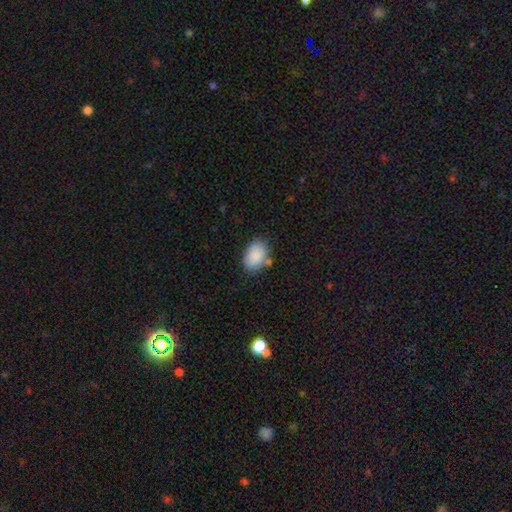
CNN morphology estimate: Smooth or featured?
  - smooth: 88% *
  - star or artifact: 7%
  - featured or disk: 5%
How rounded?
  - in between: 88% *
  - round: 11%
  - cigar-shaped: 1%
Merging?
  - none: 74% *
  - minor disturbance: 15%
  - merger: 7%
  - major disturbance: 4%